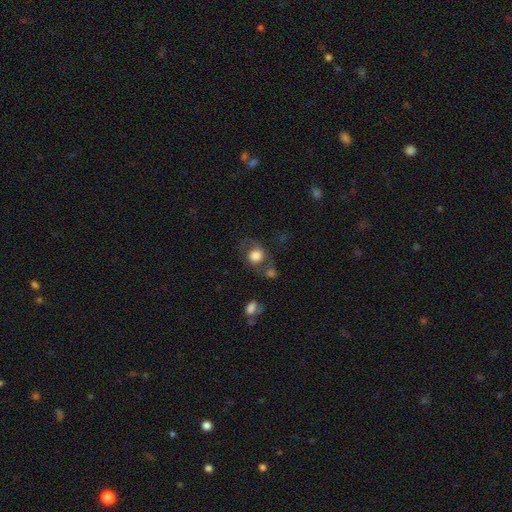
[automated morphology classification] Smooth or featured?
  - smooth: 69% *
  - featured or disk: 23%
  - star or artifact: 9%
How rounded?
  - round: 72% *
  - in between: 27%
  - cigar-shaped: 1%
Merging?
  - none: 48% *
  - minor disturbance: 20%
  - merger: 17%
  - major disturbance: 15%